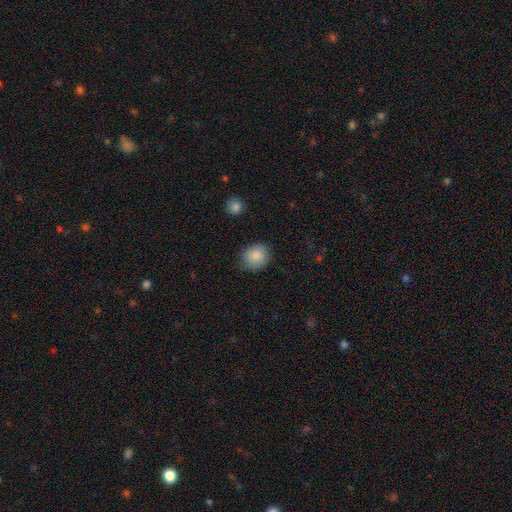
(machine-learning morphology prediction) Smooth or featured? smooth (88%)
How rounded? round (70%)
Merging? none (80%)